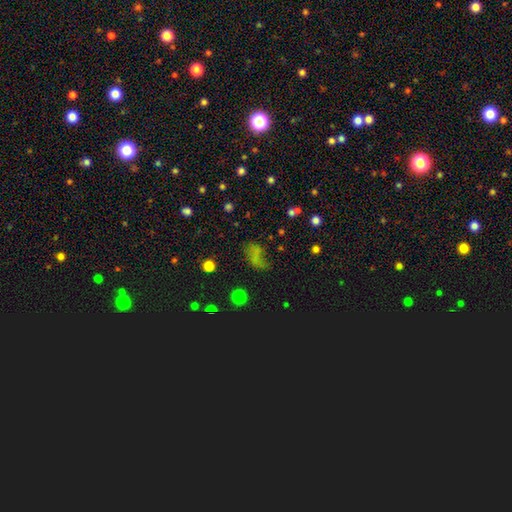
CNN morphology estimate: type=smooth (50%); merging=none (40%).